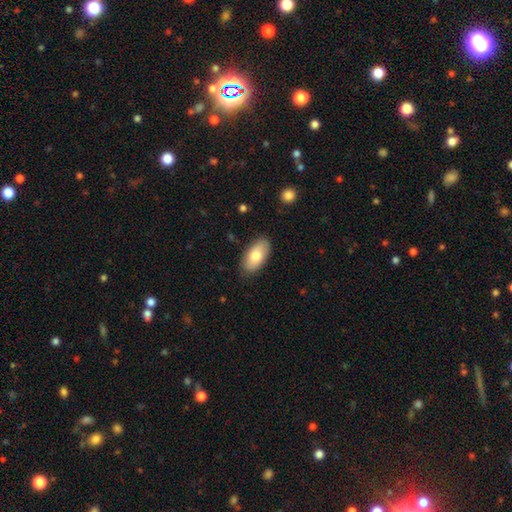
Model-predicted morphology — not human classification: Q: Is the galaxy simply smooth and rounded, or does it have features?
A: smooth — 77%.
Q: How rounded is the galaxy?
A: in between — 94%.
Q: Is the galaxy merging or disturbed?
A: none — 85%.